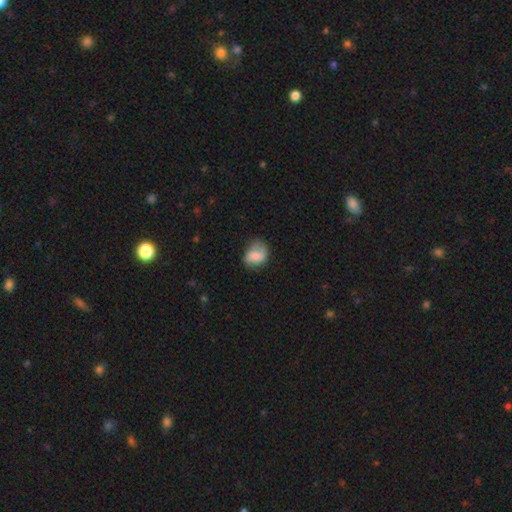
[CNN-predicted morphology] A smooth galaxy with no disk features (70%) that is in between round and cigar-shaped (54%). Merging: none (54%).